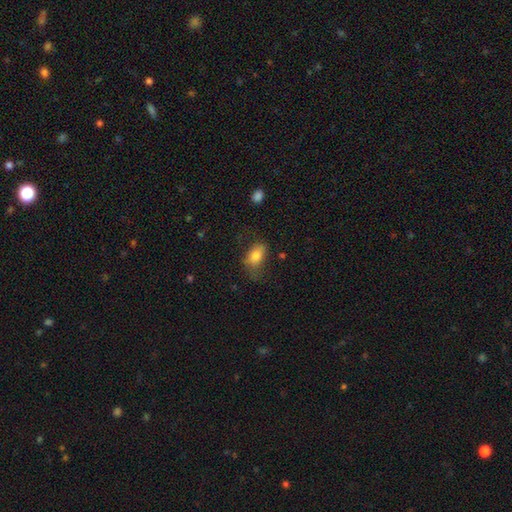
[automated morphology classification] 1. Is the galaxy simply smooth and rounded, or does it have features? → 80% smooth, 12% featured or disk, 8% star or artifact.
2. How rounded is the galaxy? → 88% in between, 10% round, 3% cigar-shaped.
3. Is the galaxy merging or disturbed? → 49% none, 30% minor disturbance, 19% major disturbance, 2% merger.